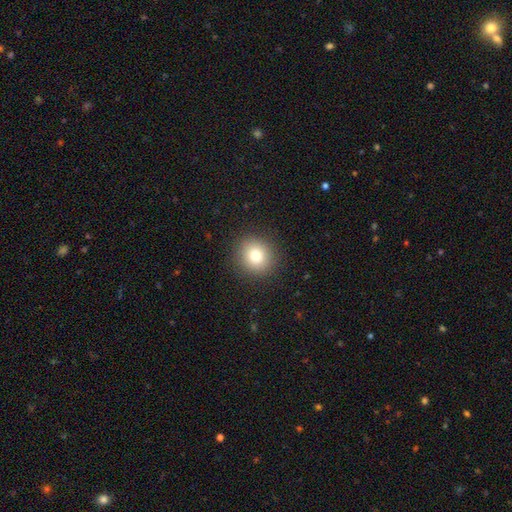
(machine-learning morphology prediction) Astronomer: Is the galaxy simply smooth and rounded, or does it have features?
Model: smooth — 78%.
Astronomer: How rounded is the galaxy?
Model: round — 89%.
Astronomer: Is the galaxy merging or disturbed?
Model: none — 90%.